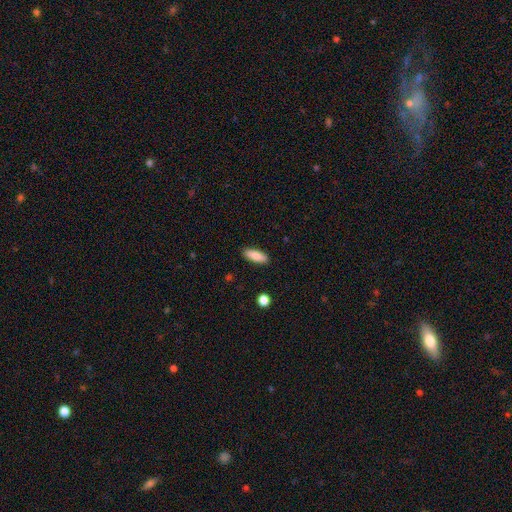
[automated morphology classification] Smooth or featured?
  - smooth: 85% *
  - featured or disk: 9%
  - star or artifact: 6%
How rounded?
  - in between: 66% *
  - cigar-shaped: 32%
  - round: 2%
Merging?
  - none: 89% *
  - minor disturbance: 8%
  - major disturbance: 2%
  - merger: 1%